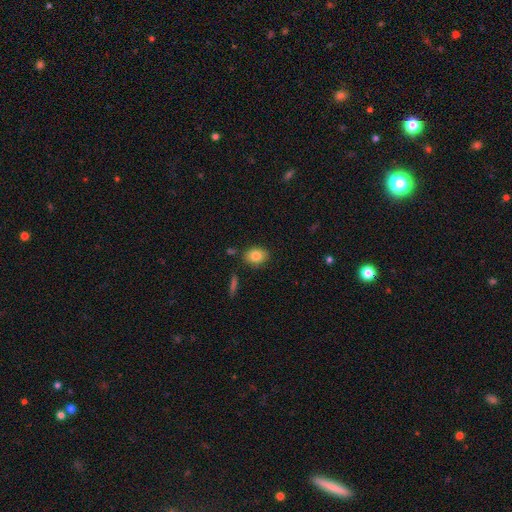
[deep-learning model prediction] Smooth or featured: smooth — 83% (featured or disk — 9%)
How rounded: in between — 62% (round — 36%)
Merging: none — 82% (minor disturbance — 12%)